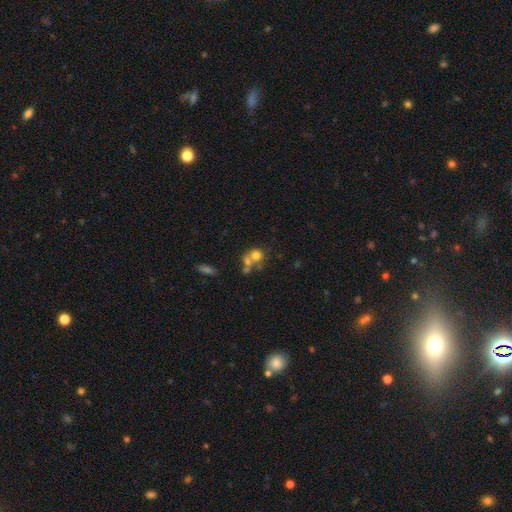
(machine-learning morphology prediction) This appears to be a smooth galaxy with no disk features (68%) that is round (75%). Merging: merger (49%).